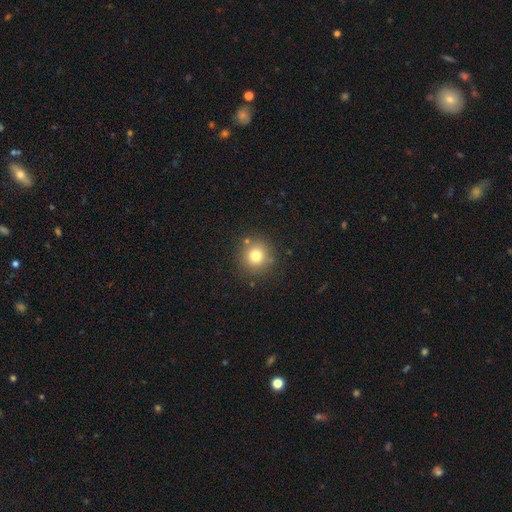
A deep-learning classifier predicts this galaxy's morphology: Smooth or featured? smooth (78%)
How rounded? round (93%)
Merging? none (84%)